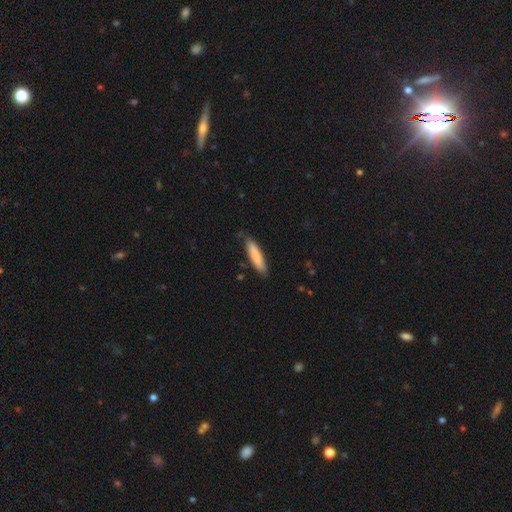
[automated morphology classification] Smooth or featured?
  - smooth: 80% *
  - featured or disk: 14%
  - star or artifact: 5%
How rounded?
  - cigar-shaped: 81% *
  - in between: 18%
  - round: 1%
Merging?
  - none: 82% *
  - minor disturbance: 14%
  - major disturbance: 2%
  - merger: 2%